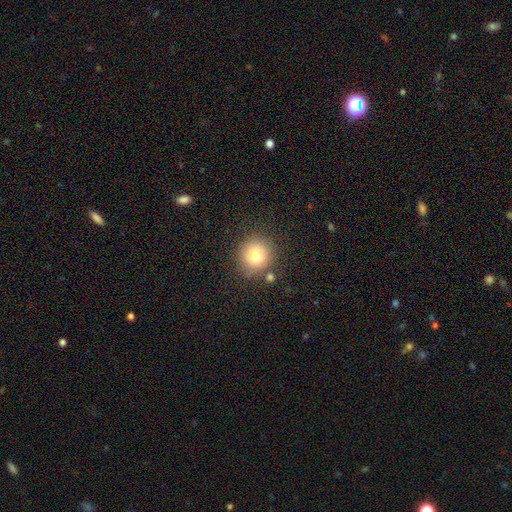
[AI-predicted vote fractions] A smooth galaxy with no disk features (78%) that is round (91%). Merging: none (82%).